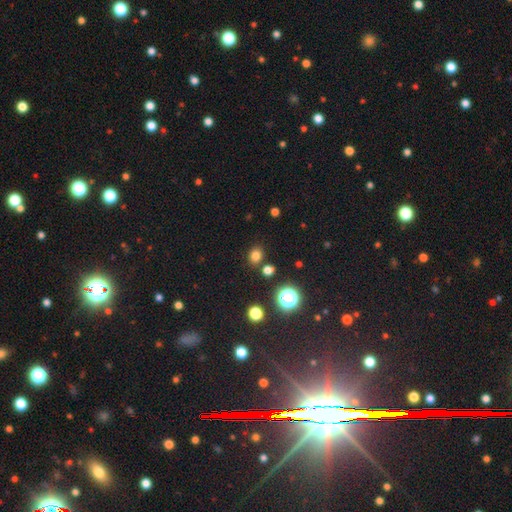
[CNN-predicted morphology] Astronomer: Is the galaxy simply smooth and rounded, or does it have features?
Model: smooth — 77%.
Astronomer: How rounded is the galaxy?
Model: round — 63%.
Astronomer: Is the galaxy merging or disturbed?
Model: none — 82%.